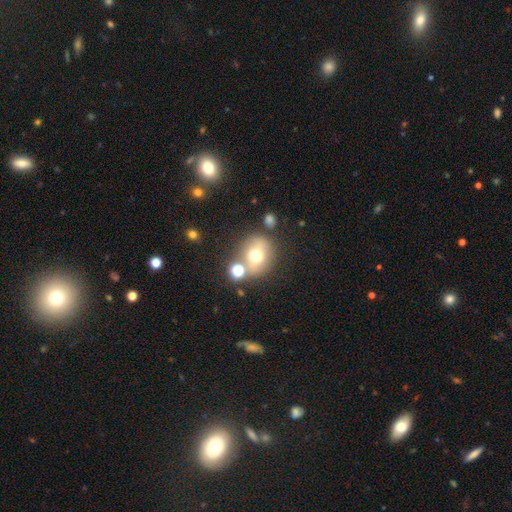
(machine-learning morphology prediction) The model was most divided on "smooth or featured": smooth: 62%, featured or disk: 23%, star or artifact: 14%. More confident: how rounded — round (74%); merging — none (67%).